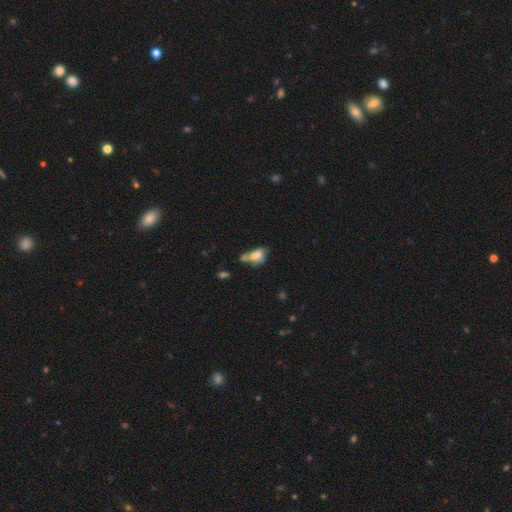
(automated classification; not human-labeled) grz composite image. It shows a smooth galaxy with no disk features (63%) that is in between round and cigar-shaped (87%). Merging: merger (30%).